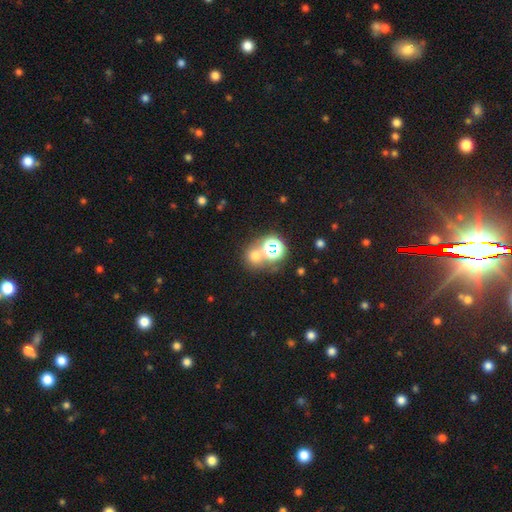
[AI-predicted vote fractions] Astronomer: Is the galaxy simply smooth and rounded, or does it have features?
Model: smooth — 60%.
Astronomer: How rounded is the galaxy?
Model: round — 84%.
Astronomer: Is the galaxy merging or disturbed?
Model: none — 58%.